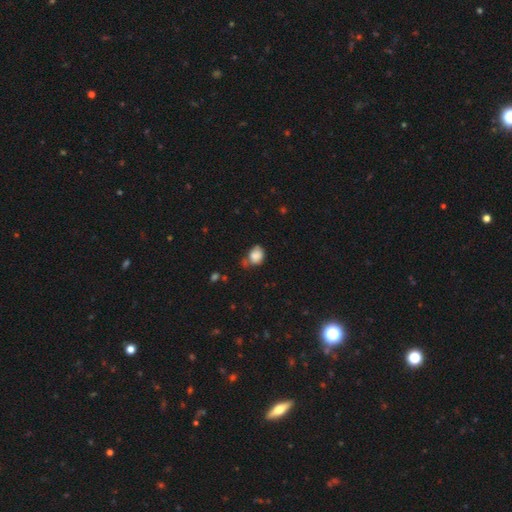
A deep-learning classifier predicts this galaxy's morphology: smooth-or-featured: smooth: 83% | star or artifact: 9% | featured or disk: 8%
  how-rounded: in between: 52% | round: 47% | cigar-shaped: 1%
  merging: none: 44% | minor disturbance: 34% | major disturbance: 12% | merger: 10%